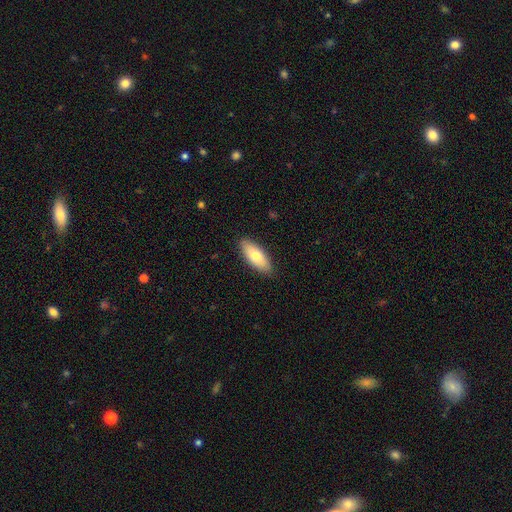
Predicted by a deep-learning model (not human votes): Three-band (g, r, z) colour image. It shows a smooth galaxy with no disk features (73%) that is in between round and cigar-shaped (79%). Merging: none (88%).